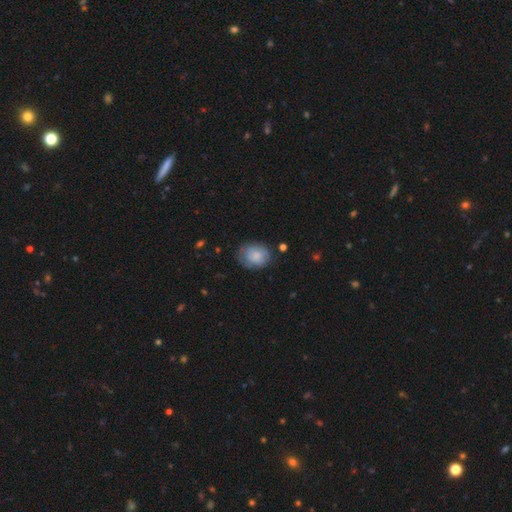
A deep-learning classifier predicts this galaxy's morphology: This appears to be a smooth galaxy with no disk features (77%) that is round (55%). Merging: none (65%).